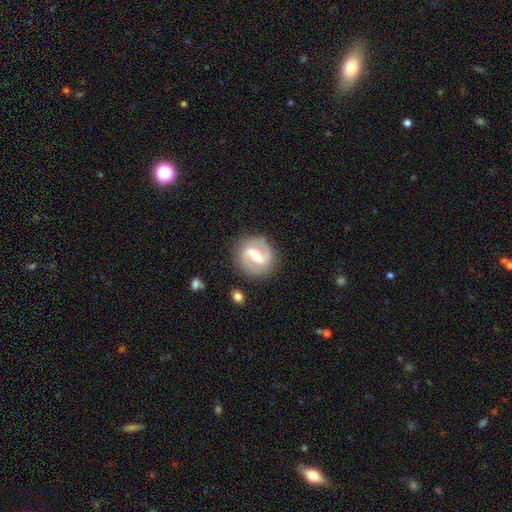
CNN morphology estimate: A featured or disk galaxy (83%) with a strong bar (47%), 2 (91%) medium (50%) spiral arms (92%) and a moderate central bulge (63%). Merging: none (85%).